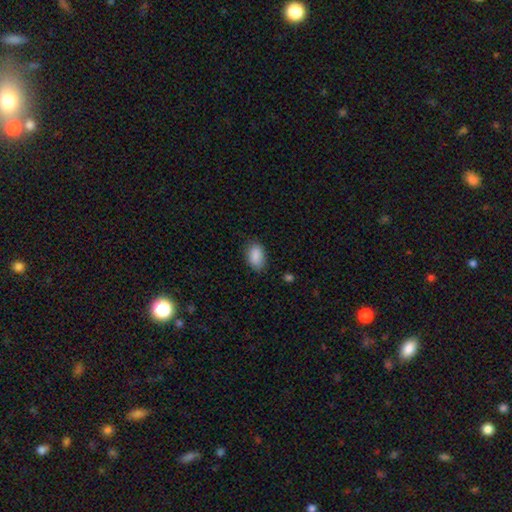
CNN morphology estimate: Q: Smooth or featured?
A: smooth (89%); runner-up: star or artifact (7%)
Q: How rounded?
A: in between (90%); runner-up: round (8%)
Q: Merging?
A: none (81%); runner-up: minor disturbance (15%)